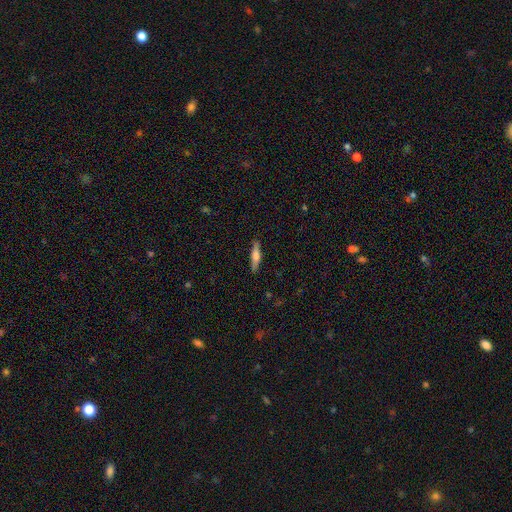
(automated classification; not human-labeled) Morphology: type=smooth (48%); merging=none (88%).